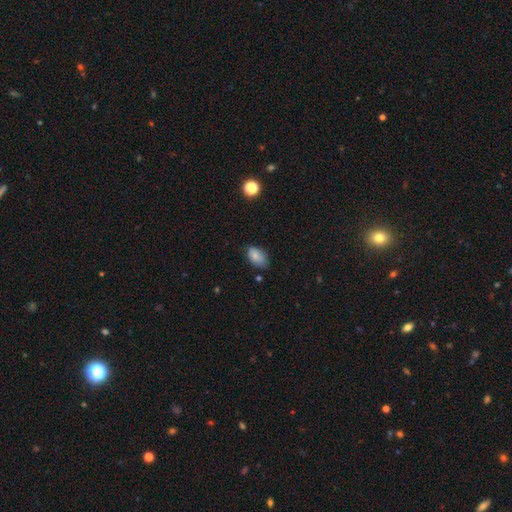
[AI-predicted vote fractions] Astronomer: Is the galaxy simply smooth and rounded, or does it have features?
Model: smooth — 80%.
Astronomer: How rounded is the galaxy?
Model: in between — 91%.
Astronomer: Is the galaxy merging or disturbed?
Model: none — 68%.